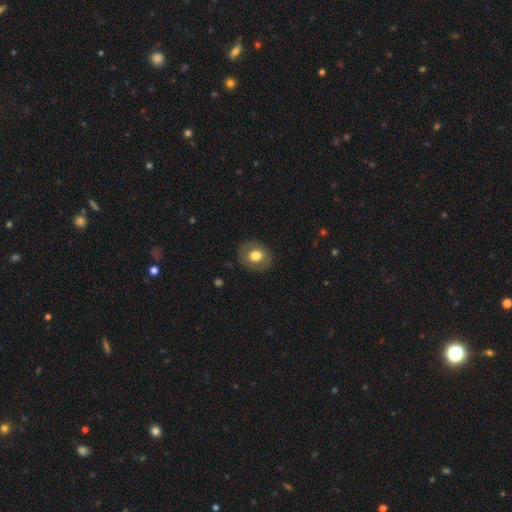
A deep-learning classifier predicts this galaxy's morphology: smooth_or_featured: smooth (p=0.68) [alt: featured or disk p=0.24]
how_rounded: round (p=0.62) [alt: in between p=0.37]
merging: none (p=0.84) [alt: minor disturbance p=0.11]